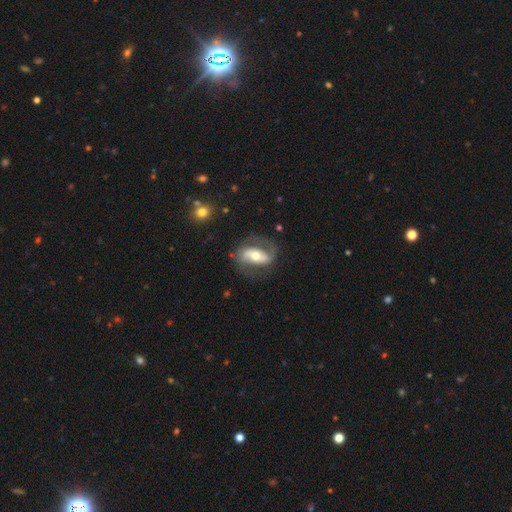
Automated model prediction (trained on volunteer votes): Morphology: type=featured or disk (77%); edge-on=no (95%); bar=strong (44%); spiral arms=yes (88%); winding=medium (45%); arm count=2 (85%); bulge=moderate (65%); merging=none (69%).